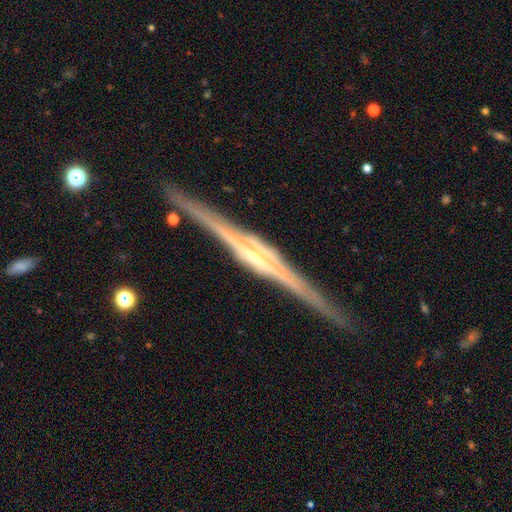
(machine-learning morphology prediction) Q: Smooth or featured?
A: featured or disk (90%); runner-up: star or artifact (5%)
Q: Edge-on disk?
A: yes (98%); runner-up: no (2%)
Q: Edge-on bulge?
A: rounded (54%); runner-up: boxy (36%)
Q: Merging?
A: none (90%); runner-up: minor disturbance (7%)